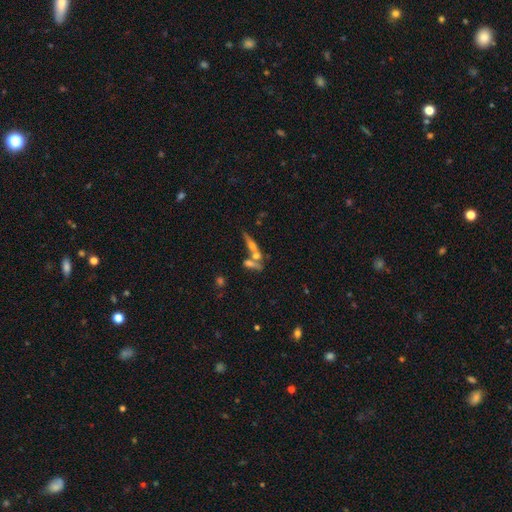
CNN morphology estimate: A featured or disk galaxy (48%).

Vote fractions:
- Smooth or featured? featured or disk: 48% / smooth: 39% / star or artifact: 13%
- Merging? merger: 42% / none: 41% / minor disturbance: 10% / major disturbance: 6%